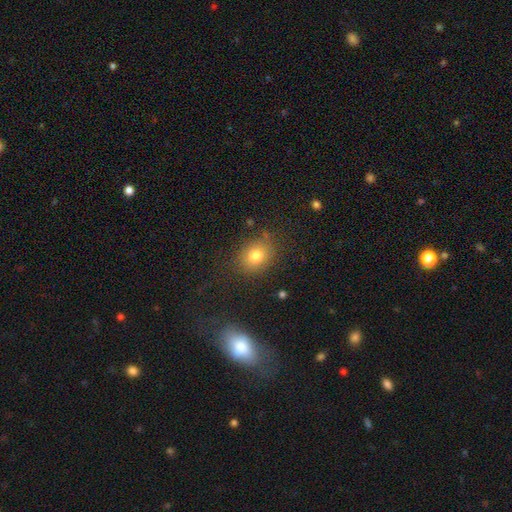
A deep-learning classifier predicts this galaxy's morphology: A smooth galaxy with no disk features (77%) that is round (56%).

Vote fractions:
- Smooth or featured? smooth: 77% / star or artifact: 13% / featured or disk: 10%
- How rounded? round: 56% / in between: 43% / cigar-shaped: 1%
- Merging? none: 82% / minor disturbance: 11% / major disturbance: 4% / merger: 2%